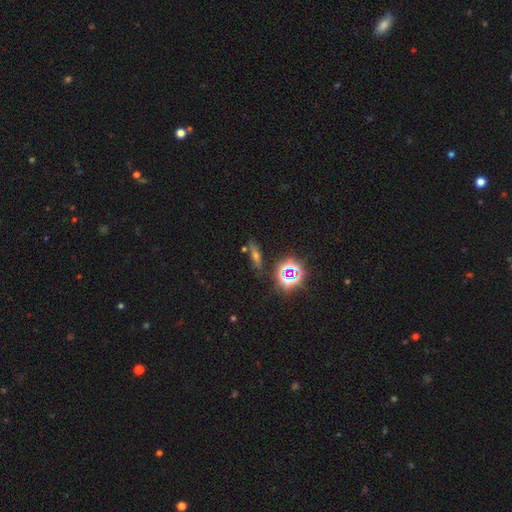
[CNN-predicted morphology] A star or artifact, not a galaxy (41%).

Vote fractions:
- Smooth or featured? star or artifact: 41% / smooth: 32% / featured or disk: 27%